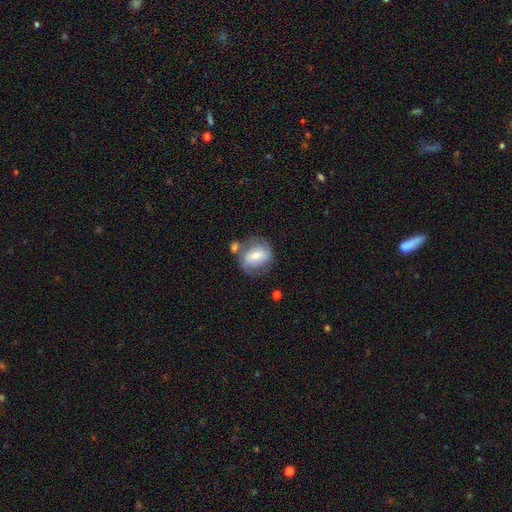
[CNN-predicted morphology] type=featured or disk (56%); edge-on=no (96%); bar=weak (42%); spiral arms=yes (79%); bulge=moderate (57%); merging=none (53%).